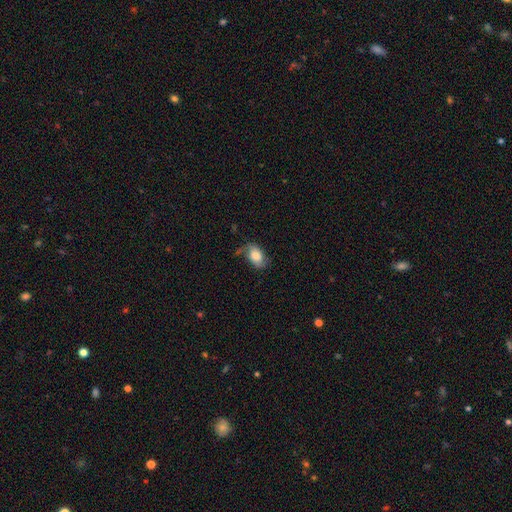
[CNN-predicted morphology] Smooth or featured?
  - smooth: 58% *
  - featured or disk: 34%
  - star or artifact: 9%
How rounded?
  - in between: 85% *
  - round: 14%
  - cigar-shaped: 2%
Merging?
  - none: 49% *
  - minor disturbance: 30%
  - major disturbance: 18%
  - merger: 3%